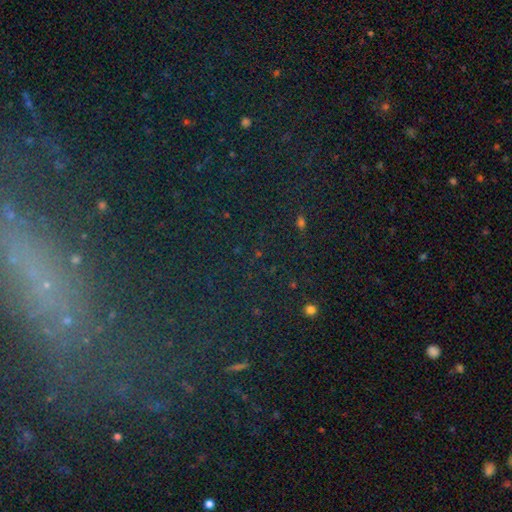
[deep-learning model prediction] Smooth or featured?
  - star or artifact: 74% *
  - smooth: 14%
  - featured or disk: 12%